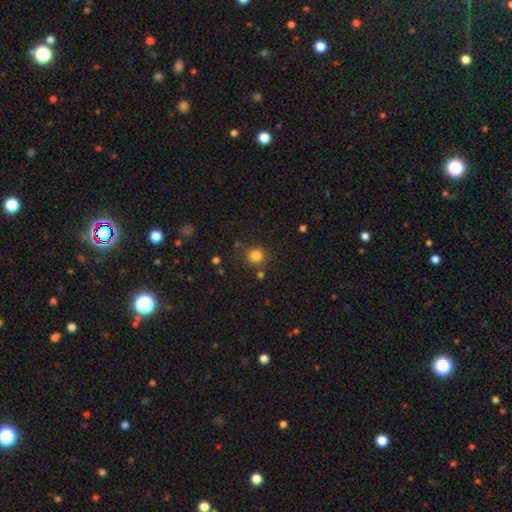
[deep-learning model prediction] Smooth or featured? smooth (83%)
How rounded? round (92%)
Merging? none (80%)